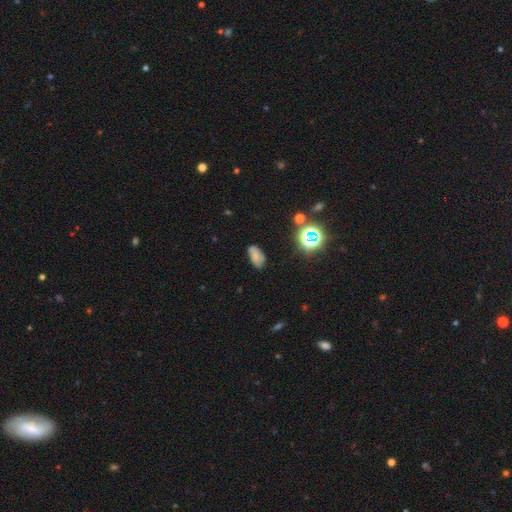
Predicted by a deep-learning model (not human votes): The model was most divided on "smooth or featured": smooth: 58%, featured or disk: 24%, star or artifact: 18%. More confident: how rounded — in between (91%); merging — none (68%).